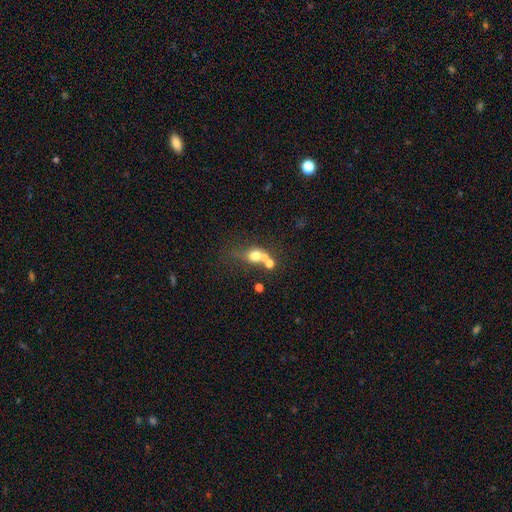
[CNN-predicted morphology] A smooth galaxy with no disk features (64%) that is round (60%).

Vote fractions:
- Smooth or featured? smooth: 64% / featured or disk: 20% / star or artifact: 17%
- How rounded? round: 60% / in between: 37% / cigar-shaped: 3%
- Merging? merger: 44% / none: 35% / minor disturbance: 11% / major disturbance: 10%